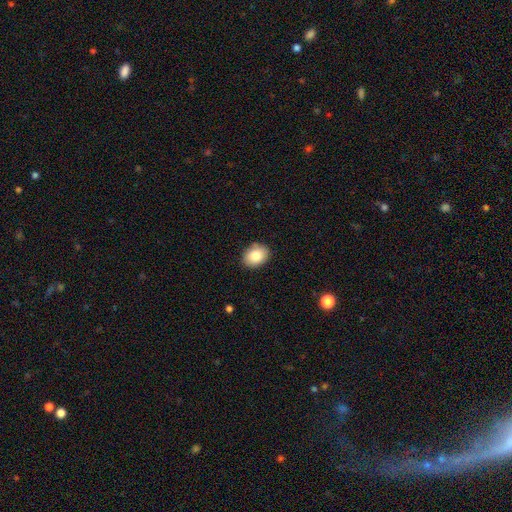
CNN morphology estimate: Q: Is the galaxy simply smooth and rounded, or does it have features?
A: smooth — 84%.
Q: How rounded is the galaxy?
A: in between — 67%.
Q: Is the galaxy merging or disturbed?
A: none — 87%.